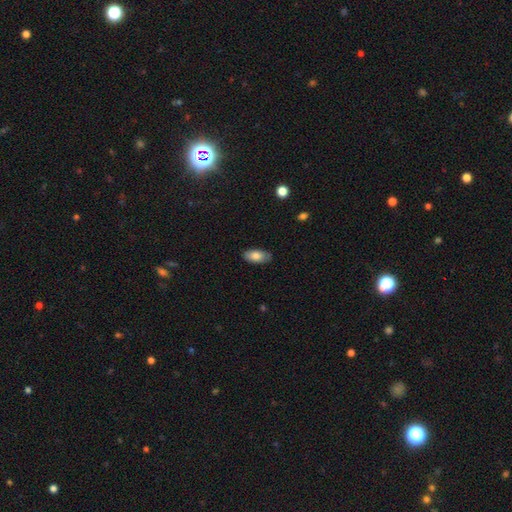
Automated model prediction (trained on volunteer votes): Overall: smooth (81%). How rounded: in between (91%). Merging: none (84%).